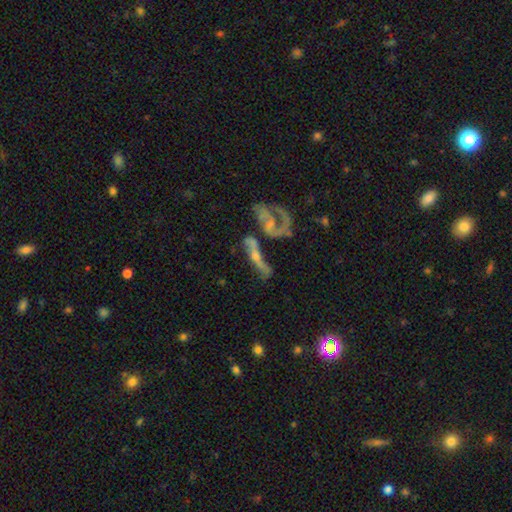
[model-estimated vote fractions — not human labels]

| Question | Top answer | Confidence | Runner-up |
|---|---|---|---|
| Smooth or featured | featured or disk | 66% | smooth (22%) |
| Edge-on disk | no | 63% | yes (37%) |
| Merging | merger | 38% | none (30%) |